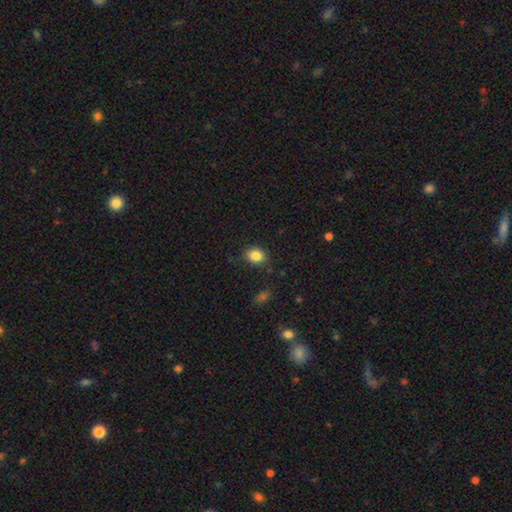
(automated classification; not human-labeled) This is clearly a smooth galaxy (85%). How rounded: possibly in between (57%). Merging: clearly none (83%).